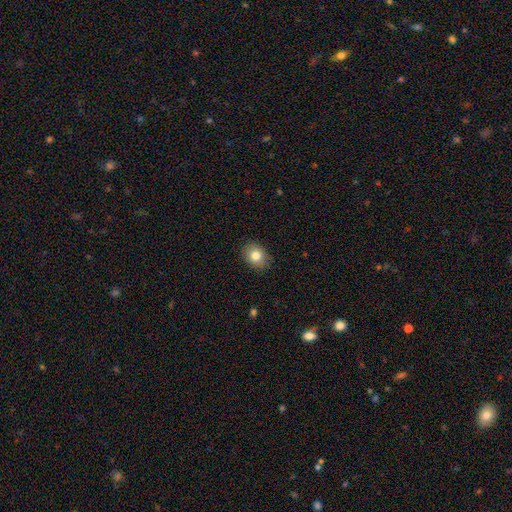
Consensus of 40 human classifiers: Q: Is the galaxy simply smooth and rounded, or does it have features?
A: smooth — 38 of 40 (95%).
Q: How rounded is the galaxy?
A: in between — 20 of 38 (53%).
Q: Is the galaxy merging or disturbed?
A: none — 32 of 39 (82%).